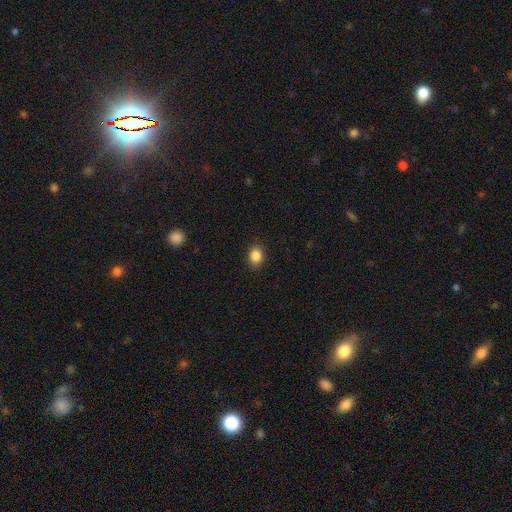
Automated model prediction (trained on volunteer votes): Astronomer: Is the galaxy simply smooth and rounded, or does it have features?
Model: smooth — 86%.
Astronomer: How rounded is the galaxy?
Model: round — 52% (runner-up: in between, 47%).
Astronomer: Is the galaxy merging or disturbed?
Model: none — 88%.